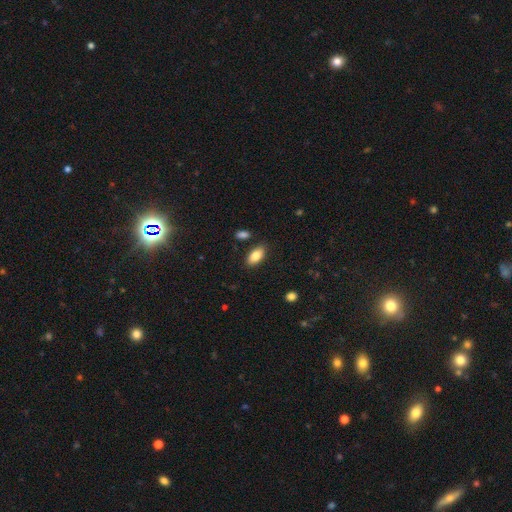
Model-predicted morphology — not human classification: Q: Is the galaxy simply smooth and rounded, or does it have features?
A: smooth — 83%.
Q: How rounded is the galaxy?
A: in between — 91%.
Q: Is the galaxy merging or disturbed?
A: none — 85%.